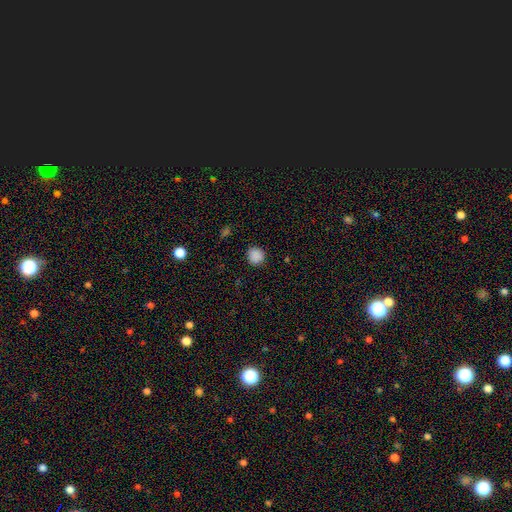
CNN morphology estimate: A smooth galaxy with no disk features (87%) that is round (90%). Merging: none (87%).